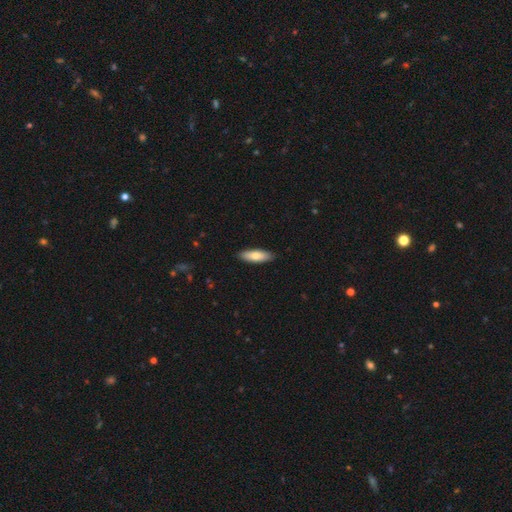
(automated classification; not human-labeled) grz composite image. It shows a smooth galaxy with no disk features (76%) that is in between round and cigar-shaped (52%). Merging: none (89%).